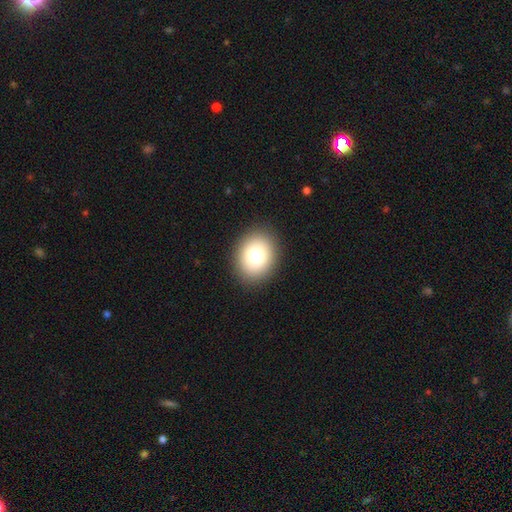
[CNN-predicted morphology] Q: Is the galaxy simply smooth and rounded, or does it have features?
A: smooth — 78%.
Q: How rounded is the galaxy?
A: round — 52%.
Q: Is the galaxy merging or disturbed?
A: none — 89%.